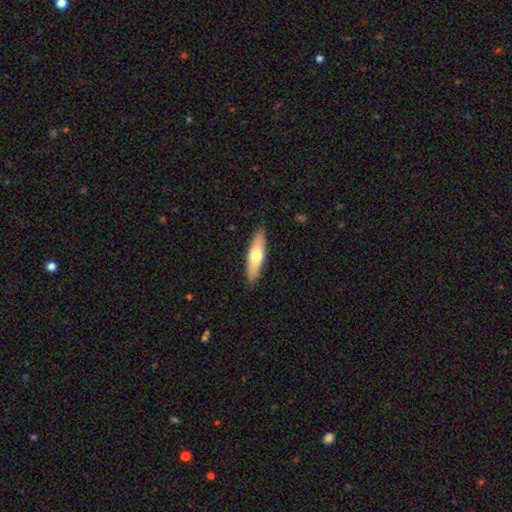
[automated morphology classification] Smooth or featured? Predicted: smooth (p=0.61). How rounded? Predicted: cigar-shaped (p=0.59). Merging? Predicted: none (p=0.89).